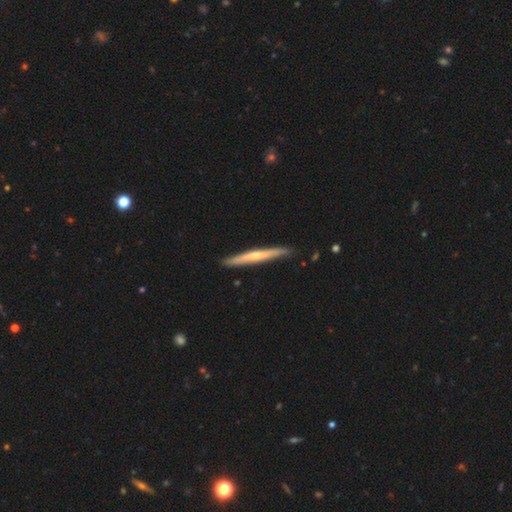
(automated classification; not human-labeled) Q: Smooth or featured?
A: featured or disk (58%); runner-up: smooth (37%)
Q: Edge-on disk?
A: yes (96%); runner-up: no (4%)
Q: Edge-on bulge?
A: rounded (60%); runner-up: none (34%)
Q: Merging?
A: none (89%); runner-up: minor disturbance (9%)